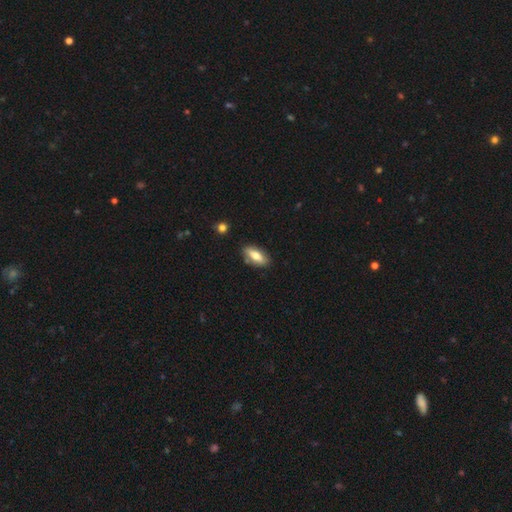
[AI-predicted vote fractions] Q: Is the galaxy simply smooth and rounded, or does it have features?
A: smooth — 70%.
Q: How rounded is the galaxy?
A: in between — 81%.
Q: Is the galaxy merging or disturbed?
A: none — 83%.